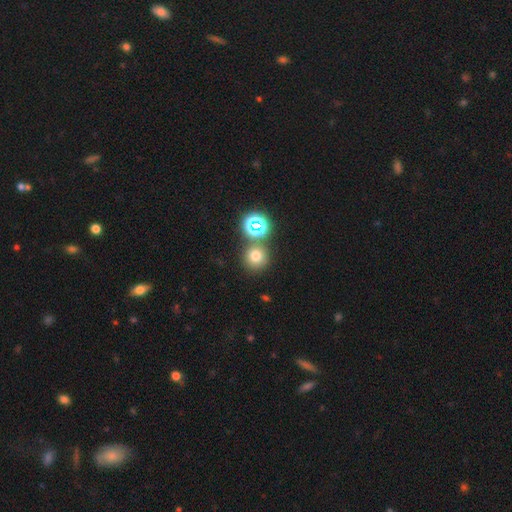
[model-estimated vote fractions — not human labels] A smooth galaxy with no disk features (68%) that is round (92%).

Vote fractions:
- Smooth or featured? smooth: 68% / star or artifact: 23% / featured or disk: 9%
- How rounded? round: 92% / in between: 7% / cigar-shaped: 1%
- Merging? none: 73% / merger: 16% / minor disturbance: 7% / major disturbance: 3%